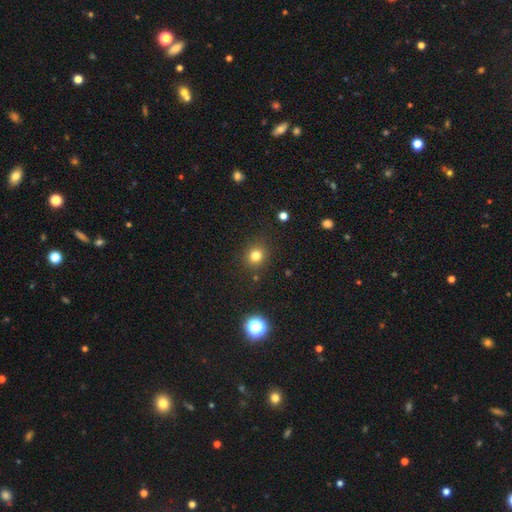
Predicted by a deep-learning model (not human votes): Overall: smooth (78%). How rounded: round (83%). Merging: none (87%).